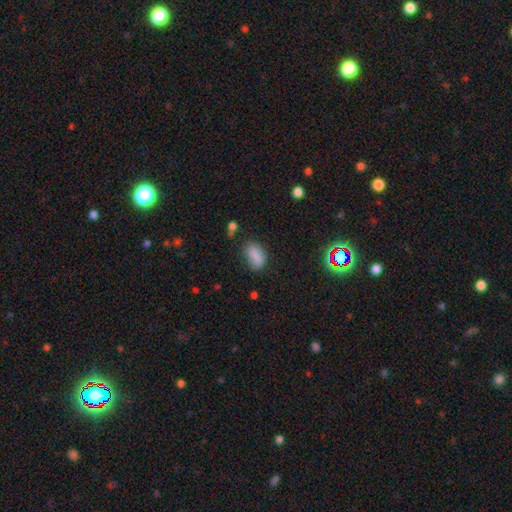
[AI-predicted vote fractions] The model was most divided on "merging": none: 60%, minor disturbance: 27%, major disturbance: 9%, merger: 4%. More confident: how rounded — in between (88%); smooth or featured — smooth (82%).